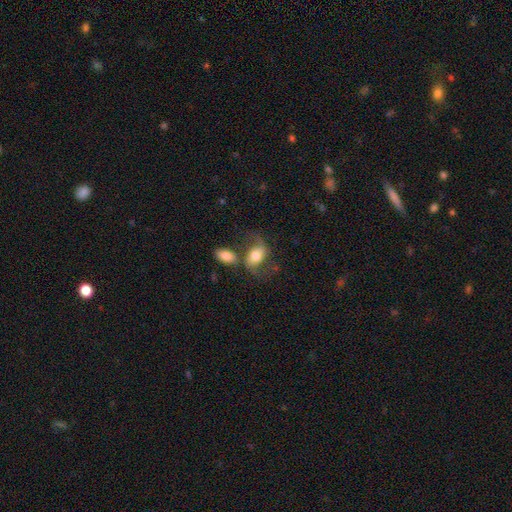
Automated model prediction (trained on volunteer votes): smooth_or_featured: featured or disk (p=0.46) [tied with: smooth p=0.46]
merging: none (p=0.44) [alt: merger p=0.21]